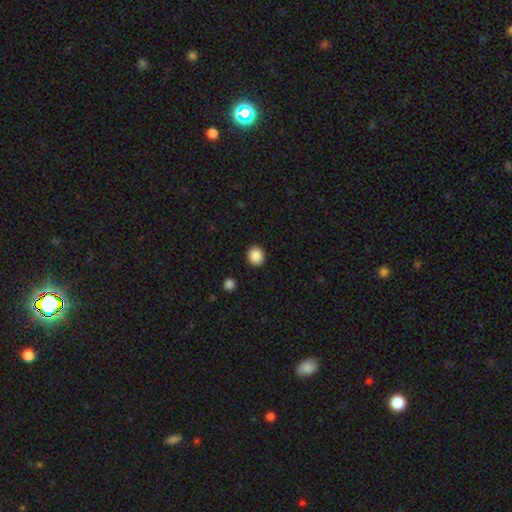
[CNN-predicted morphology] Smooth or featured?
  - smooth: 88% *
  - star or artifact: 9%
  - featured or disk: 3%
How rounded?
  - round: 75% *
  - in between: 24%
  - cigar-shaped: 1%
Merging?
  - none: 91% *
  - minor disturbance: 5%
  - major disturbance: 2%
  - merger: 1%